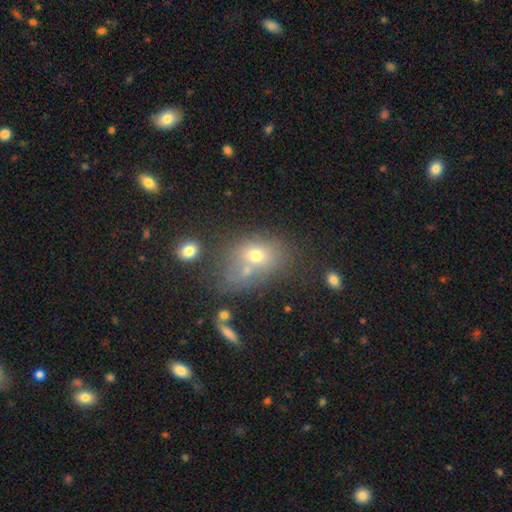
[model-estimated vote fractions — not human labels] smooth 64%, featured or disk 21%, star or artifact 15%. Down the decision tree: how rounded — in between (62%); merging — none (38%).